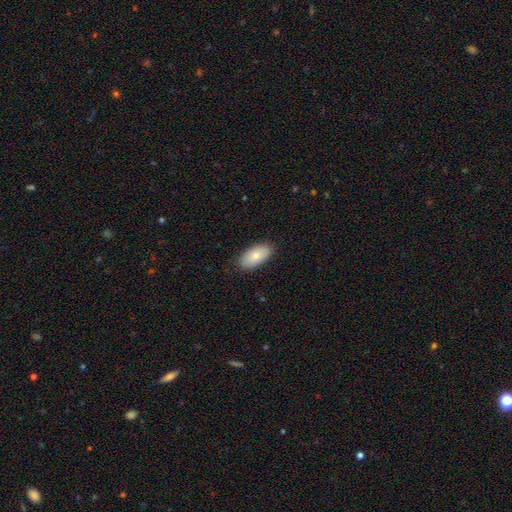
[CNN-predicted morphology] smooth 80%, featured or disk 14%, star or artifact 6%. Down the decision tree: how rounded — in between (94%); merging — none (86%).